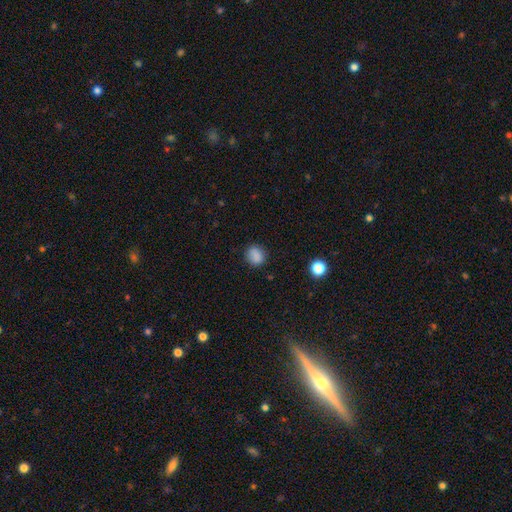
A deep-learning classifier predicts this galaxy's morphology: This appears to be a smooth galaxy with no disk features (85%) that is round (65%). Merging: none (82%).